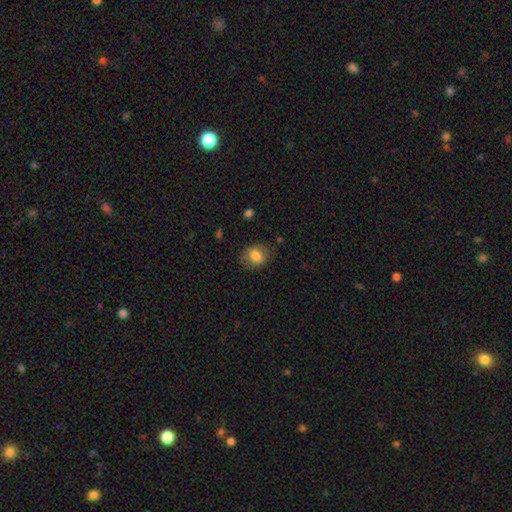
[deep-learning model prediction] Smooth or featured: smooth — 77% (featured or disk — 14%)
How rounded: in between — 64% (round — 35%)
Merging: none — 71% (minor disturbance — 19%)